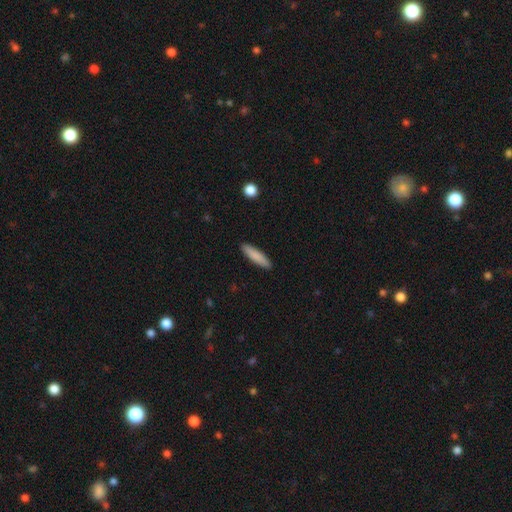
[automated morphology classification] A smooth galaxy with no disk features (85%) that is cigar-shaped (79%).

Vote fractions:
- Smooth or featured? smooth: 85% / featured or disk: 9% / star or artifact: 6%
- How rounded? cigar-shaped: 79% / in between: 20% / round: 1%
- Merging? none: 91% / minor disturbance: 6% / major disturbance: 1% / merger: 1%